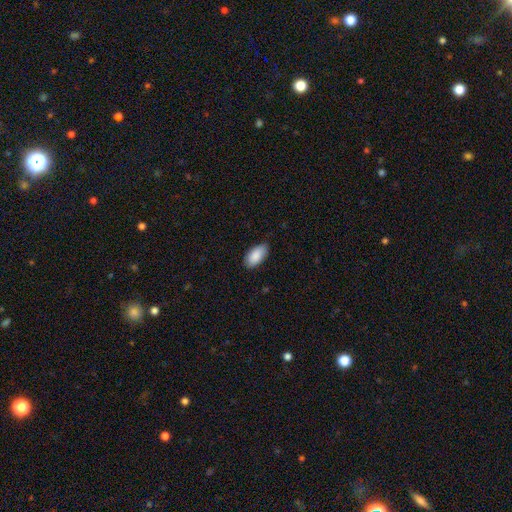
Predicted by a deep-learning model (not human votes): smooth_or_featured: smooth (p=0.89) [alt: star or artifact p=0.06]
how_rounded: in between (p=0.95) [alt: cigar-shaped p=0.03]
merging: none (p=0.83) [alt: minor disturbance p=0.14]